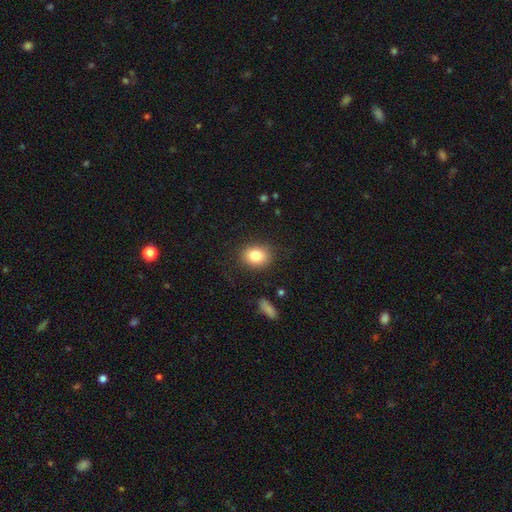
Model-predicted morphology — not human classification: Overall: smooth (83%). How rounded: in between (55%; round 43%). Merging: none (85%).